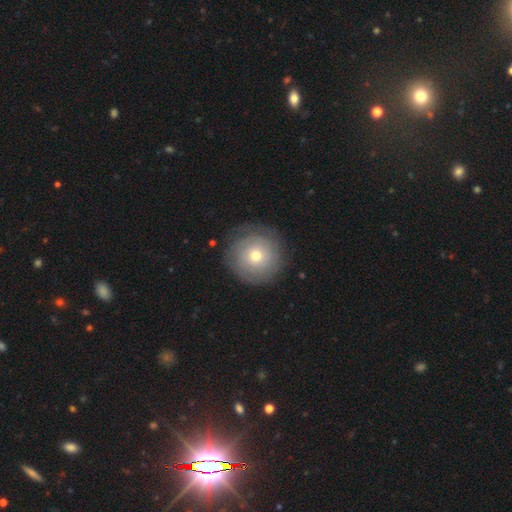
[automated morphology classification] The model was most divided on "smooth or featured": smooth: 51%, featured or disk: 40%, star or artifact: 9%. More confident: how rounded — round (95%); merging — none (81%).